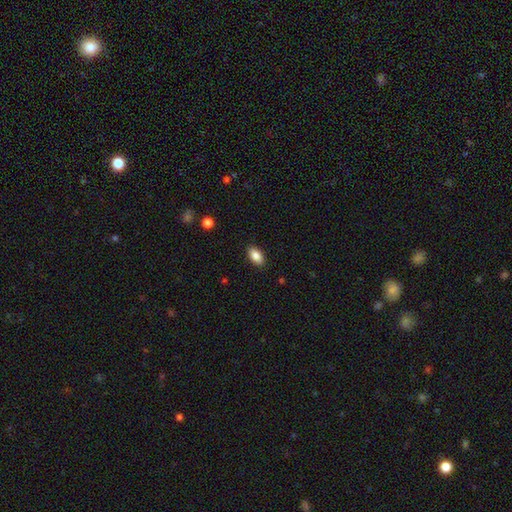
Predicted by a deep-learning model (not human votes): A smooth galaxy with no disk features (86%) that is in between round and cigar-shaped (92%).

Vote fractions:
- Smooth or featured? smooth: 86% / star or artifact: 8% / featured or disk: 6%
- How rounded? in between: 92% / round: 5% / cigar-shaped: 3%
- Merging? none: 89% / minor disturbance: 8% / major disturbance: 2% / merger: 1%